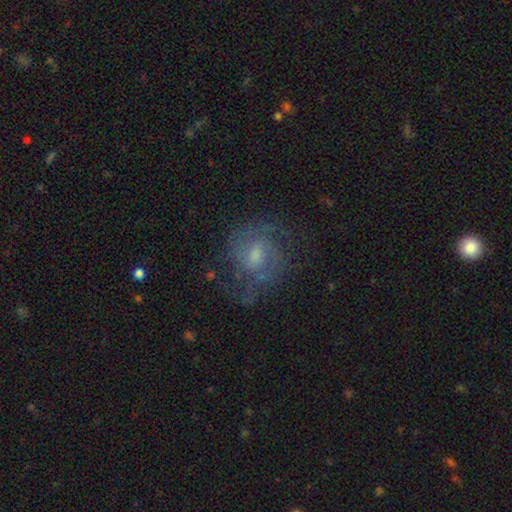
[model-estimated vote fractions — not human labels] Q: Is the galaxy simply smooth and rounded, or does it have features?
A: featured or disk — 69%.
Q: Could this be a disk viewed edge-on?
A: no — 97%.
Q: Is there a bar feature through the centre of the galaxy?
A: no — 51%.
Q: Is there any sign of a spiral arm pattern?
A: yes — 88%.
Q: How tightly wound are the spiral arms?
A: medium — 46%.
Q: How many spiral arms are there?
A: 2 — 58%.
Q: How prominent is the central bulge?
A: moderate — 46%.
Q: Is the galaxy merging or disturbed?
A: none — 68%.